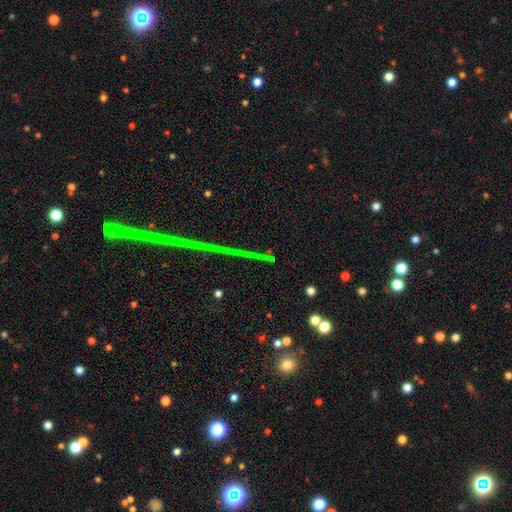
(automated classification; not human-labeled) A star or artifact, not a galaxy (78%).

Vote fractions:
- Smooth or featured? star or artifact: 78% / featured or disk: 12% / smooth: 9%